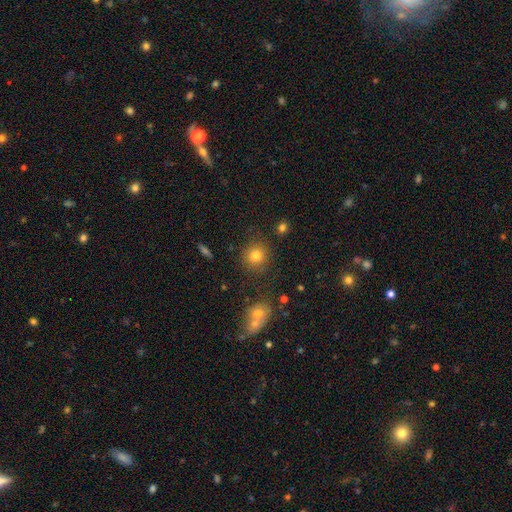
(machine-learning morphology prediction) The model was most divided on "smooth or featured": smooth: 79%, star or artifact: 14%, featured or disk: 8%. More confident: how rounded — round (90%); merging — none (85%).